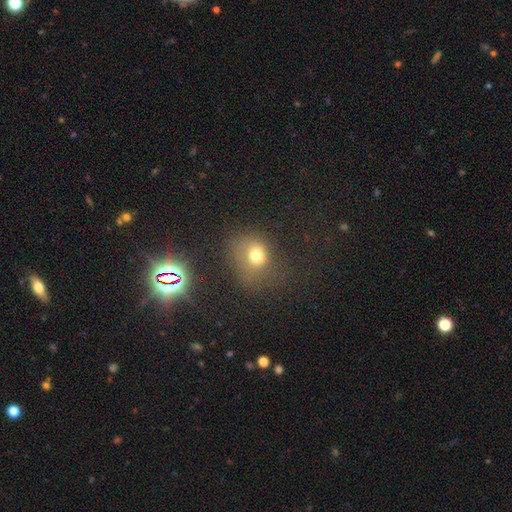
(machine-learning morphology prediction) smooth-or-featured: smooth: 70% | star or artifact: 18% | featured or disk: 12%
  how-rounded: round: 68% | in between: 31% | cigar-shaped: 1%
  merging: none: 54% | minor disturbance: 22% | major disturbance: 19% | merger: 5%